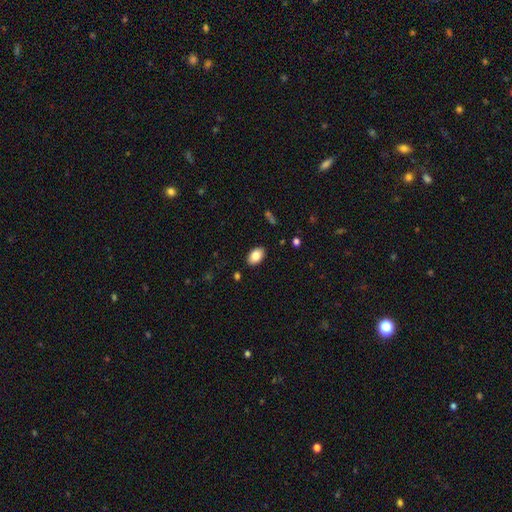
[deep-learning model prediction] Morphology: type=smooth (84%); roundness=in between (91%); merging=none (88%).